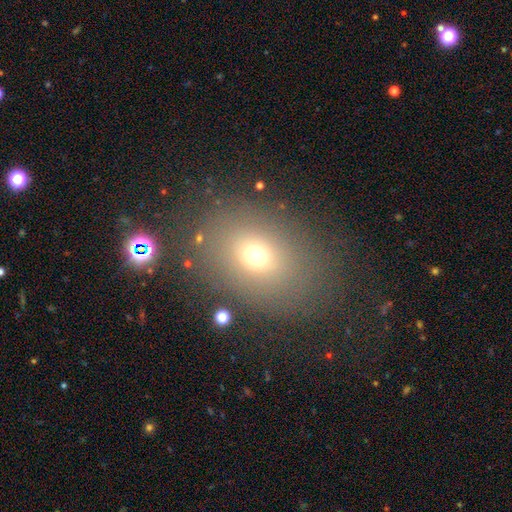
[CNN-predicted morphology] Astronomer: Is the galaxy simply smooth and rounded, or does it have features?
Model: smooth — 69%.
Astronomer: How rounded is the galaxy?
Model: in between — 59% (runner-up: round, 39%).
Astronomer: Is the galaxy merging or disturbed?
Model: none — 78%.